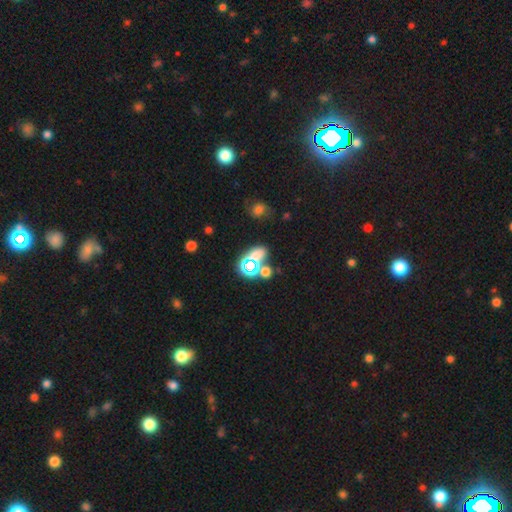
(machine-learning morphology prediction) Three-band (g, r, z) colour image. It shows a smooth galaxy with no disk features (46%). Merging: none (51%).